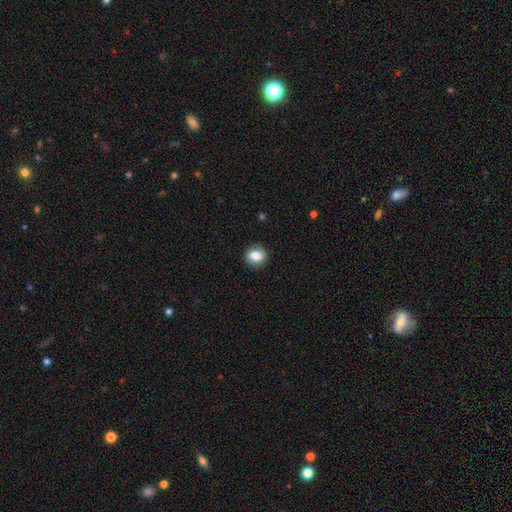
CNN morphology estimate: smooth_or_featured: smooth (p=0.82) [alt: featured or disk p=0.09]
how_rounded: round (p=0.86) [alt: in between p=0.13]
merging: none (p=0.90) [alt: minor disturbance p=0.07]